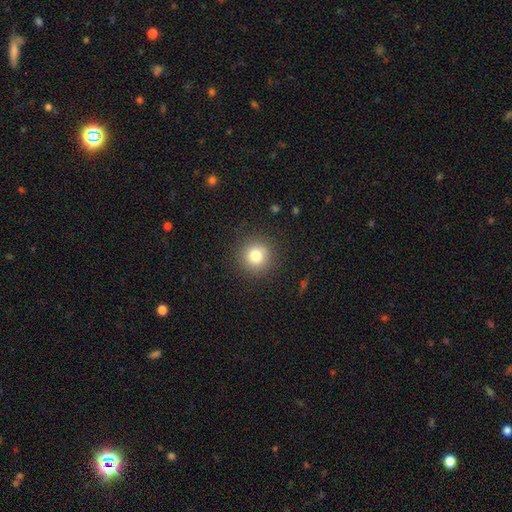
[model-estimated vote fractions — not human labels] Q: Smooth or featured?
A: smooth (80%); runner-up: star or artifact (12%)
Q: How rounded?
A: round (93%); runner-up: in between (6%)
Q: Merging?
A: none (89%); runner-up: minor disturbance (7%)